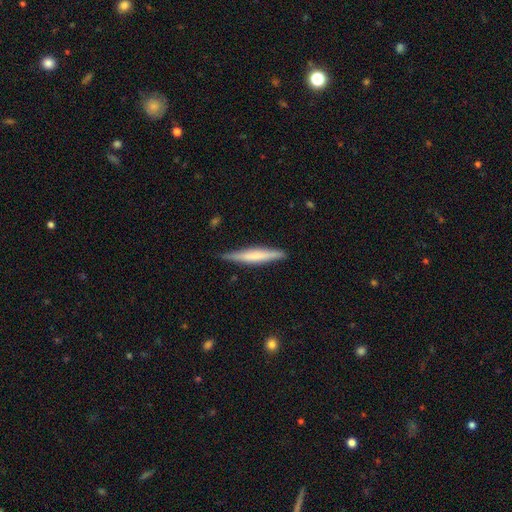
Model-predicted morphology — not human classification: The model was most divided on "smooth or featured": smooth: 48%, featured or disk: 47%, star or artifact: 5%. More confident: merging — none (84%).